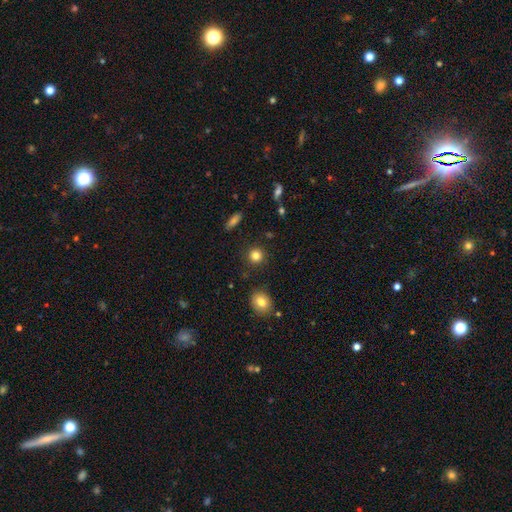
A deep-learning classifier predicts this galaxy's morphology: Smooth or featured? smooth (84%)
How rounded? round (92%)
Merging? none (90%)